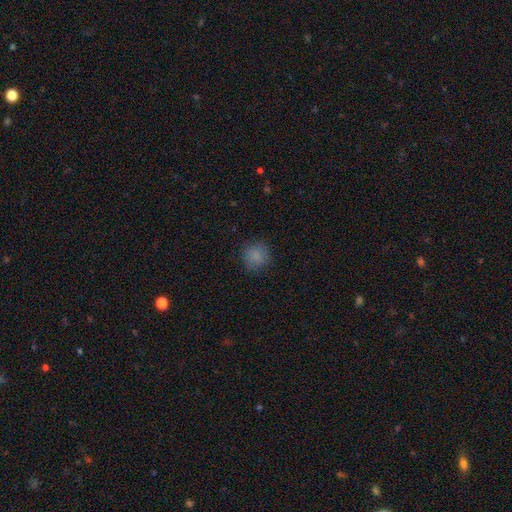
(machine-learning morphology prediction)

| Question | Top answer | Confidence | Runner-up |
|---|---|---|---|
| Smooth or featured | smooth | 84% | star or artifact (11%) |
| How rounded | round | 89% | in between (10%) |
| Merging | none | 85% | minor disturbance (11%) |